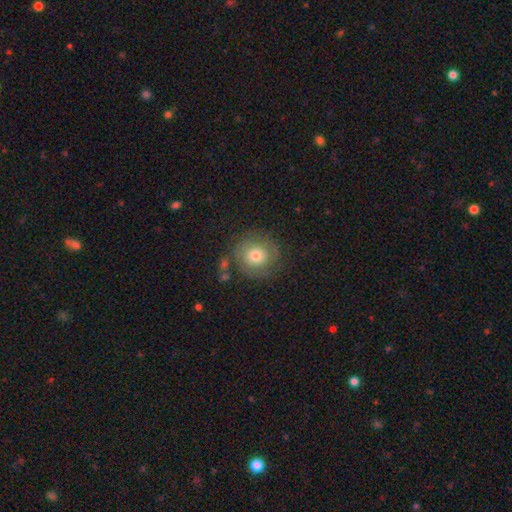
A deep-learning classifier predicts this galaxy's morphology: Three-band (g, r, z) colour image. It shows a smooth galaxy with no disk features (55%) that is round (91%). Merging: none (73%).